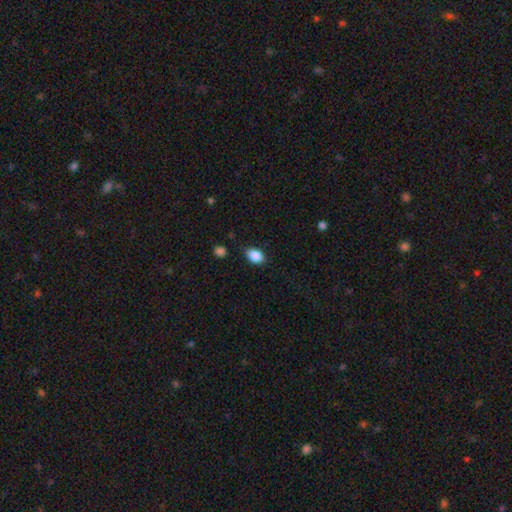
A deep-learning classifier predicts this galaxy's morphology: Smooth or featured? Predicted: smooth (p=0.87). How rounded? Predicted: in between (p=0.83). Merging? Predicted: none (p=0.78).